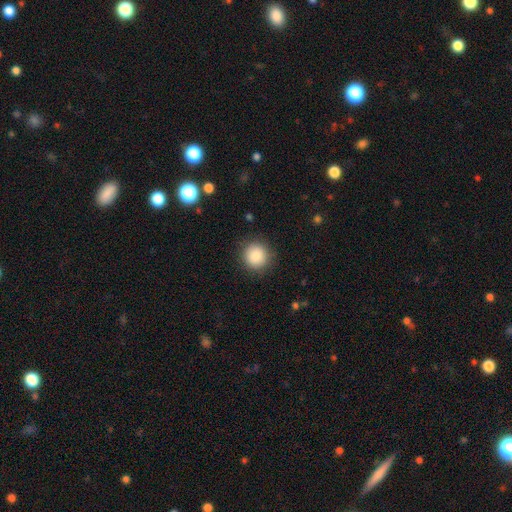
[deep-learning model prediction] Smooth or featured? Predicted: smooth (p=0.87). How rounded? Predicted: round (p=0.92). Merging? Predicted: none (p=0.88).